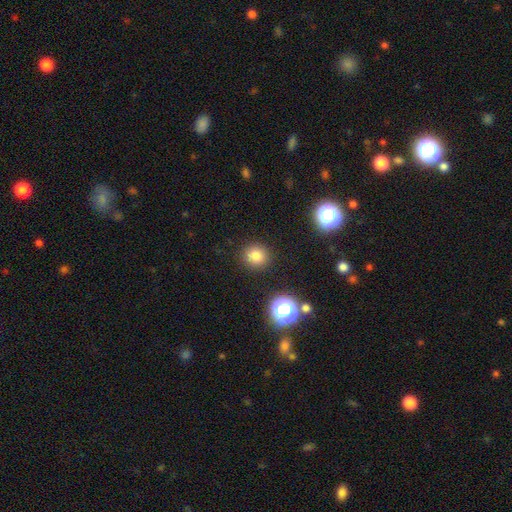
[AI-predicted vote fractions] smooth 79%, star or artifact 15%, featured or disk 7%. Down the decision tree: how rounded — round (90%); merging — none (89%).